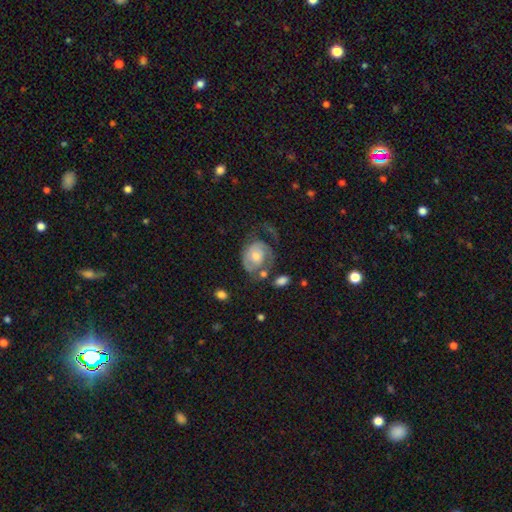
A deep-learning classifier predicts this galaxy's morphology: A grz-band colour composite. It shows a featured or disk galaxy (63%) with no bar (73%), spiral arms (79%) and a moderate central bulge (55%). Merging: none (40%).